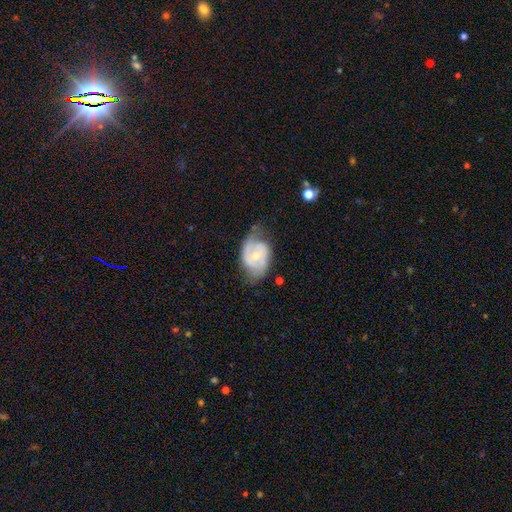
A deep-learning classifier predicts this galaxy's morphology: This is likely a featured or disk galaxy (77%). It is clearly not viewed edge-on (97%). Bar: possibly no (49%). Spiral arm pattern: clearly yes (90%). Spiral arm count: likely 2 (77%). Spiral winding: possibly medium (46%). Central bulge: possibly small (52%). Merging: possibly none (60%).